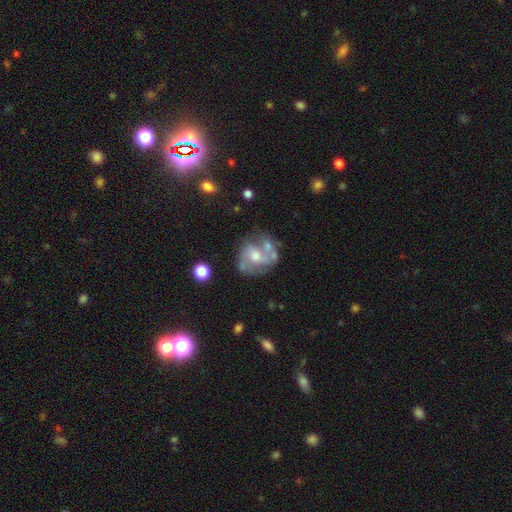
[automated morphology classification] This is likely a featured or disk galaxy (72%). It is clearly not viewed edge-on (97%). Bar: possibly no (55%). Spiral arm pattern: likely yes (79%). Spiral arm count: likely 2 (63%). Spiral winding: possibly medium (48%). Central bulge: possibly moderate (58%). Merging: possibly none (47%).